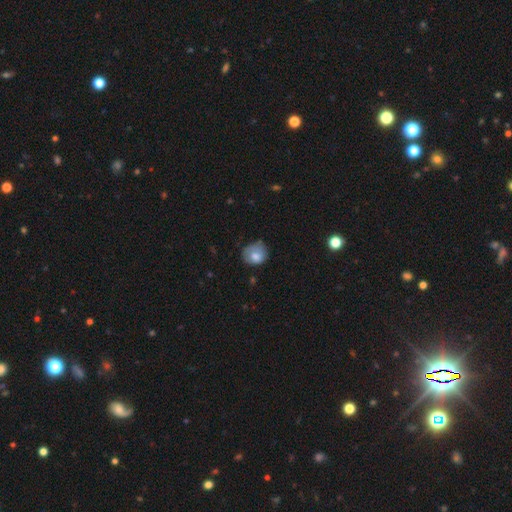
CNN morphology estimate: Q: Smooth or featured?
A: smooth (77%); runner-up: featured or disk (15%)
Q: How rounded?
A: round (67%); runner-up: in between (32%)
Q: Merging?
A: none (52%); runner-up: minor disturbance (34%)